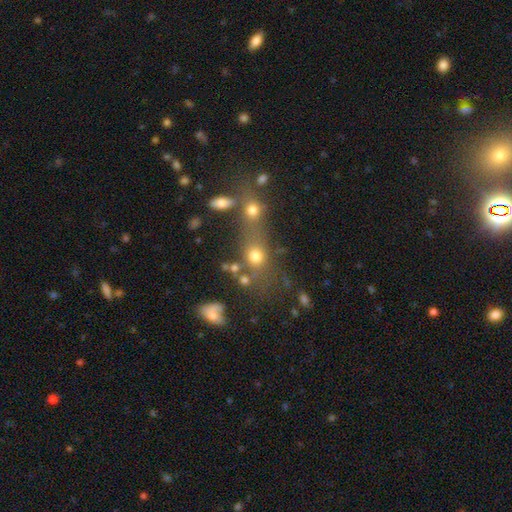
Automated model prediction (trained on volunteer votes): A smooth galaxy with no disk features (68%) that is round (62%).

Vote fractions:
- Smooth or featured? smooth: 68% / star or artifact: 18% / featured or disk: 14%
- How rounded? round: 62% / in between: 34% / cigar-shaped: 4%
- Merging? merger: 41% / none: 39% / minor disturbance: 11% / major disturbance: 9%